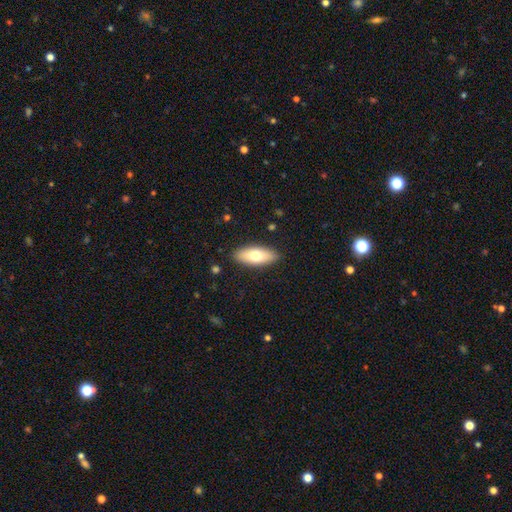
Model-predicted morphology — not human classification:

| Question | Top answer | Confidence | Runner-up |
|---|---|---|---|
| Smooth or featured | smooth | 71% | featured or disk (23%) |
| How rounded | in between | 76% | cigar-shaped (22%) |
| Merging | none | 89% | minor disturbance (8%) |